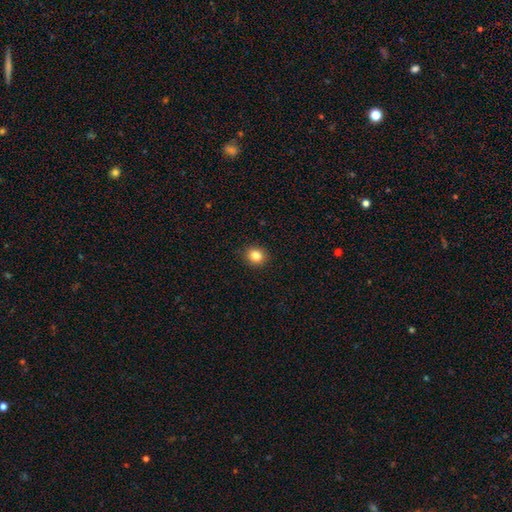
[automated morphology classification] Smooth or featured? Predicted: smooth (p=0.84). How rounded? Predicted: round (p=0.75). Merging? Predicted: none (p=0.91).